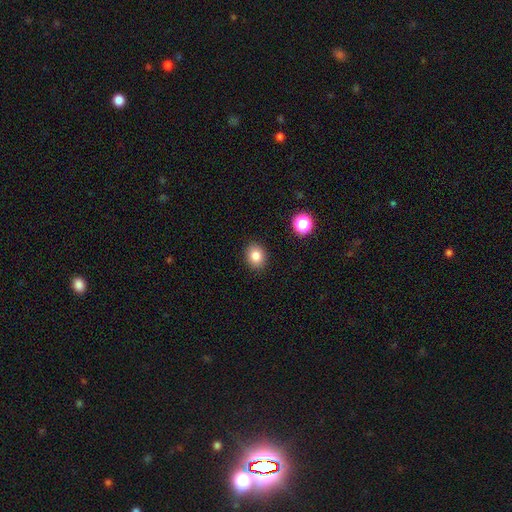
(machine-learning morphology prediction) smooth 83%, star or artifact 11%, featured or disk 6%. Down the decision tree: how rounded — round (56%); merging — none (90%).